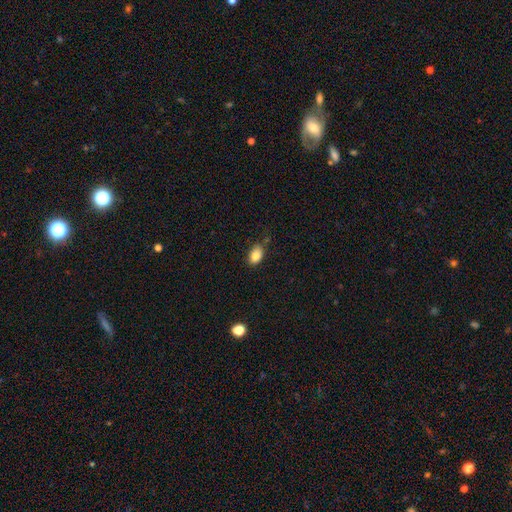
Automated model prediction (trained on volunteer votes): A smooth galaxy with no disk features (86%) that is in between round and cigar-shaped (86%).

Vote fractions:
- Smooth or featured? smooth: 86% / star or artifact: 9% / featured or disk: 5%
- How rounded? in between: 86% / round: 12% / cigar-shaped: 2%
- Merging? none: 74% / minor disturbance: 19% / major disturbance: 4% / merger: 3%